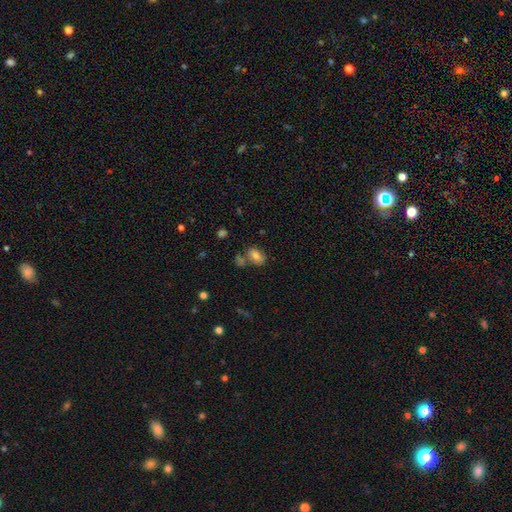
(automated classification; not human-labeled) A smooth galaxy with no disk features (75%) that is in between round and cigar-shaped (79%).

Vote fractions:
- Smooth or featured? smooth: 75% / featured or disk: 15% / star or artifact: 10%
- How rounded? in between: 79% / round: 20% / cigar-shaped: 2%
- Merging? none: 63% / merger: 18% / minor disturbance: 15% / major disturbance: 5%